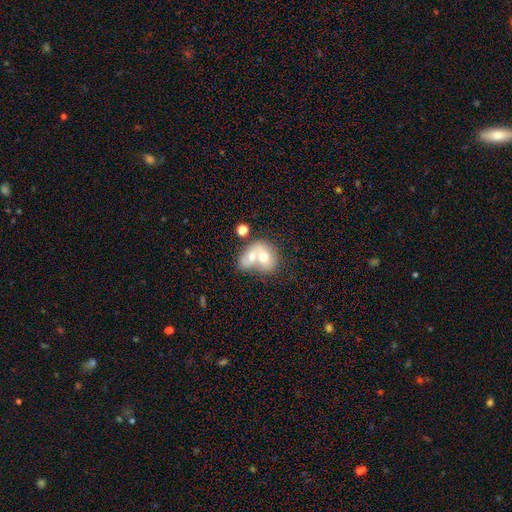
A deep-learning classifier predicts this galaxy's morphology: Smooth or featured?
  - smooth: 59% *
  - featured or disk: 34%
  - star or artifact: 8%
How rounded?
  - in between: 54% *
  - round: 45%
  - cigar-shaped: 1%
Merging?
  - merger: 76% *
  - none: 13%
  - minor disturbance: 6%
  - major disturbance: 5%